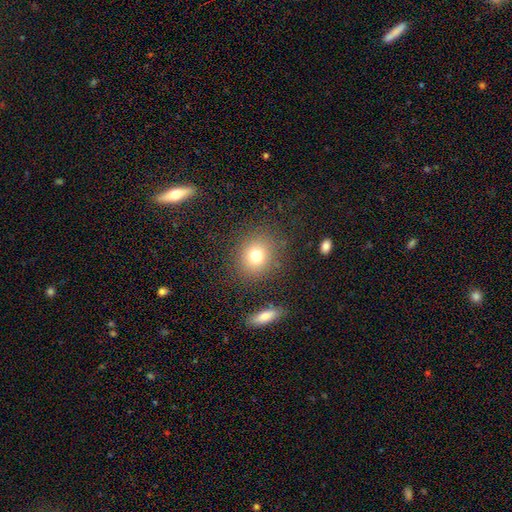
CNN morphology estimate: smooth_or_featured: smooth (p=0.76) [alt: star or artifact p=0.13]
how_rounded: round (p=0.77) [alt: in between p=0.22]
merging: none (p=0.84) [alt: minor disturbance p=0.09]